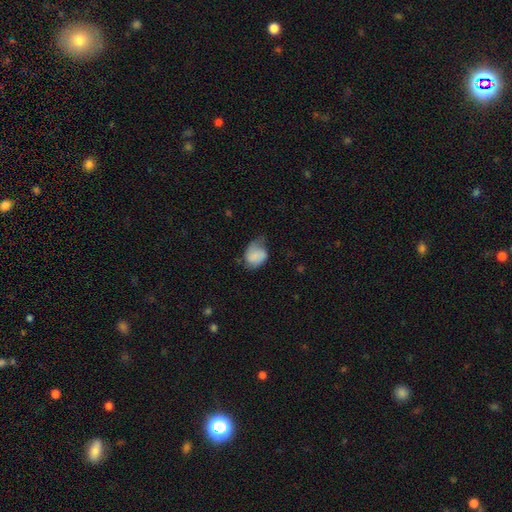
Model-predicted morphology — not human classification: Smooth or featured? Predicted: smooth (p=0.67). How rounded? Predicted: in between (p=0.54). Merging? Predicted: minor disturbance (p=0.42).